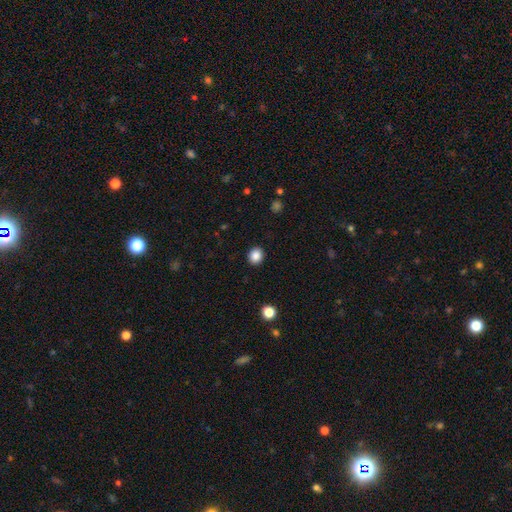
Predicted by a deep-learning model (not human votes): Smooth or featured: smooth — 87% (star or artifact — 10%)
How rounded: round — 77% (in between — 22%)
Merging: none — 91% (minor disturbance — 6%)